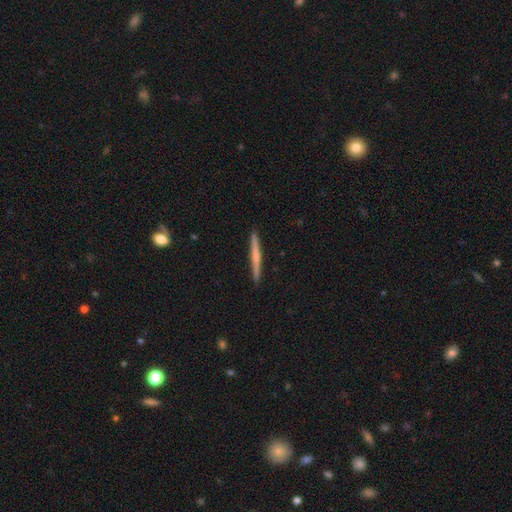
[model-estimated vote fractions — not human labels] smooth_or_featured: featured or disk (p=0.49) [alt: smooth p=0.45]
merging: none (p=0.92) [alt: minor disturbance p=0.05]